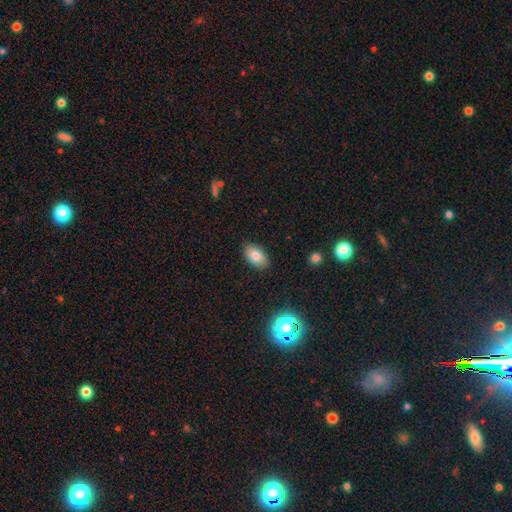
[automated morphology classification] Q: Smooth or featured?
A: smooth (80%); runner-up: featured or disk (10%)
Q: How rounded?
A: in between (90%); runner-up: round (8%)
Q: Merging?
A: none (86%); runner-up: minor disturbance (10%)